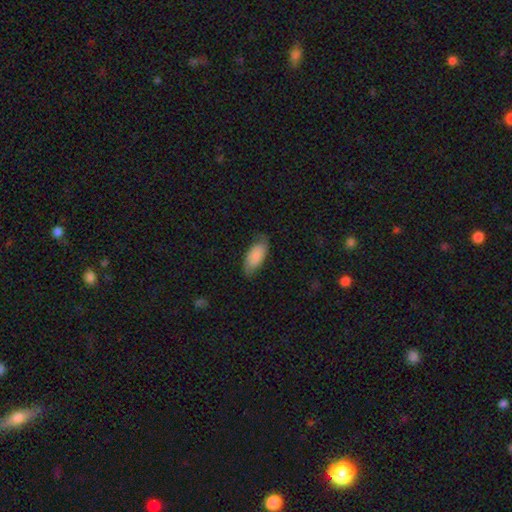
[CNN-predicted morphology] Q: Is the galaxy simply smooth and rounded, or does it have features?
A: smooth — 78%.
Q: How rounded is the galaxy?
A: in between — 89%.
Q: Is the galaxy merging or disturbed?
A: none — 71%.